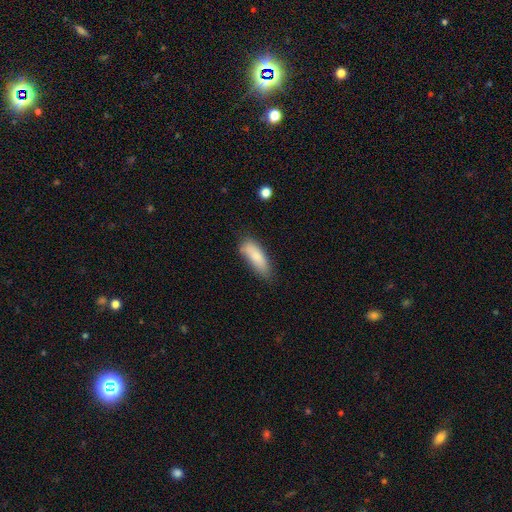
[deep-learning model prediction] smooth_or_featured: smooth (p=0.84) [alt: featured or disk p=0.10]
how_rounded: in between (p=0.63) [alt: cigar-shaped p=0.35]
merging: none (p=0.61) [alt: minor disturbance p=0.29]